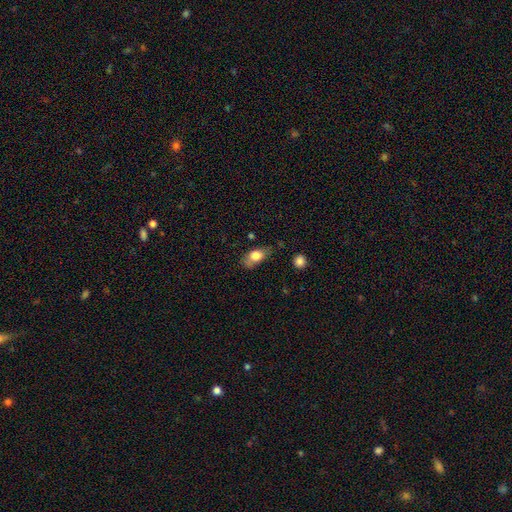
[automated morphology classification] Smooth or featured? smooth (76%)
How rounded? in between (84%)
Merging? none (64%)